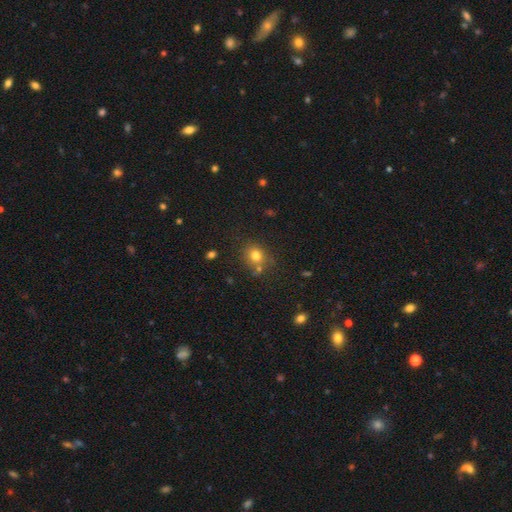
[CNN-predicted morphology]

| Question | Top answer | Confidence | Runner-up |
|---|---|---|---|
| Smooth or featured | smooth | 77% | star or artifact (15%) |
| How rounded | round | 73% | in between (26%) |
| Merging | none | 71% | minor disturbance (13%) |